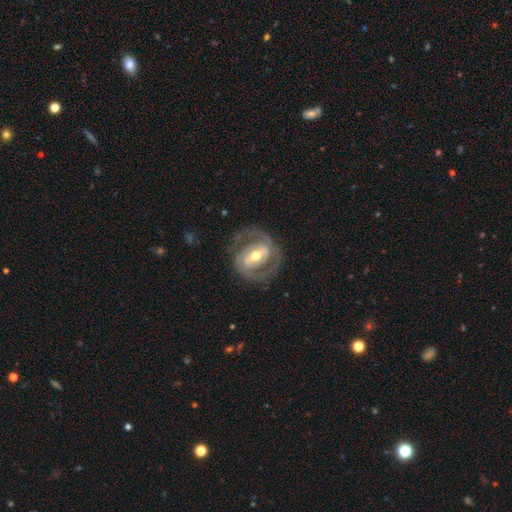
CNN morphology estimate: type=featured or disk (86%); edge-on=no (96%); bar=strong (55%); spiral arms=yes (88%); winding=tight (45%); arm count=2 (86%); bulge=moderate (68%); merging=none (75%).